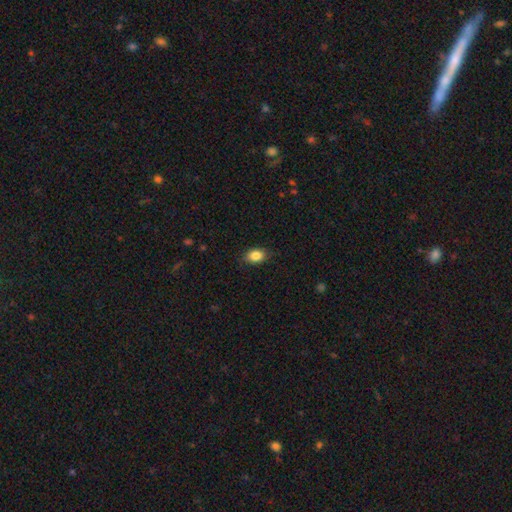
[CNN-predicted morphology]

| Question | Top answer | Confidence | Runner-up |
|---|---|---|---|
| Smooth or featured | smooth | 86% | star or artifact (8%) |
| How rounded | in between | 78% | round (20%) |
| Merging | none | 84% | minor disturbance (13%) |